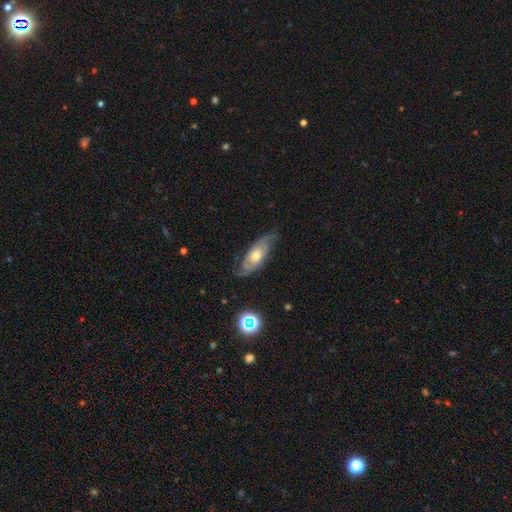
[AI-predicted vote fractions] This appears to be a featured or disk galaxy (76%) with no bar (76%), 2 (71%) tight (40%, tied with medium) spiral arms (89%) and a moderate central bulge (69%). Merging: none (68%).